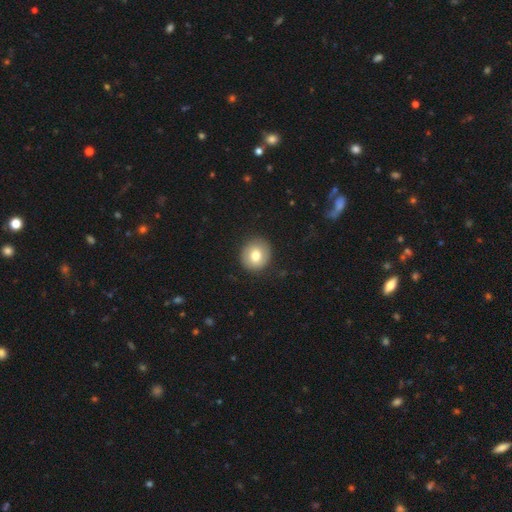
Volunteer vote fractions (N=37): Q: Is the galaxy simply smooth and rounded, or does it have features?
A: smooth — 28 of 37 (76%).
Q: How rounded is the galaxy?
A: round — 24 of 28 (86%).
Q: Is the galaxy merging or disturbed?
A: none — 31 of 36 (86%).